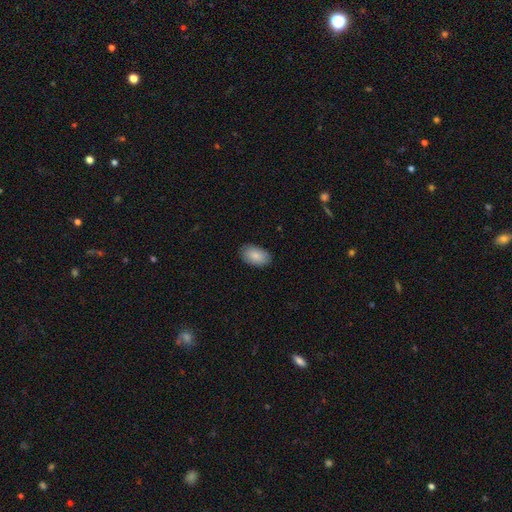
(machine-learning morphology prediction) smooth_or_featured: smooth (p=0.88) [alt: featured or disk p=0.06]
how_rounded: in between (p=0.94) [alt: round p=0.05]
merging: none (p=0.87) [alt: minor disturbance p=0.10]